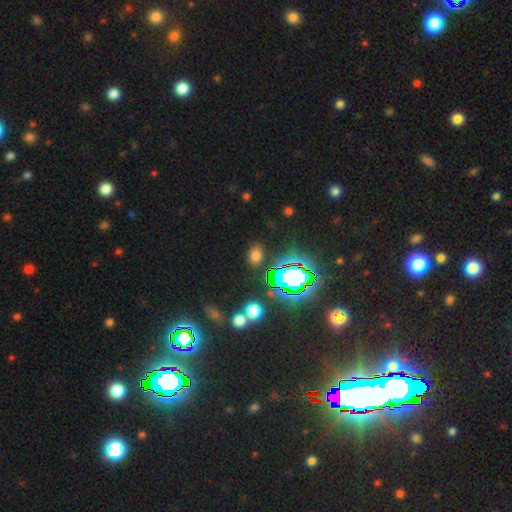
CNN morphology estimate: A smooth galaxy with no disk features (60%) that is in between round and cigar-shaped (77%). Merging: none (83%).